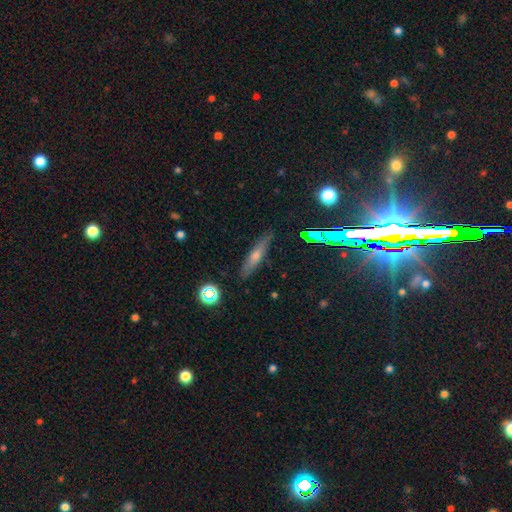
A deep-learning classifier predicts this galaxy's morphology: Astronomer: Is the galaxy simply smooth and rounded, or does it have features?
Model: smooth — 43% (runner-up: featured or disk, 42%).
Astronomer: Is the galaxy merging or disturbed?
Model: none — 87%.